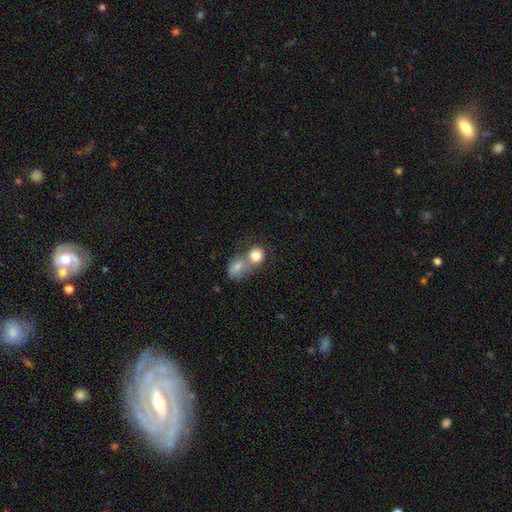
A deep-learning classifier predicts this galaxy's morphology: Smooth or featured? smooth (81%)
How rounded? round (70%)
Merging? merger (59%)